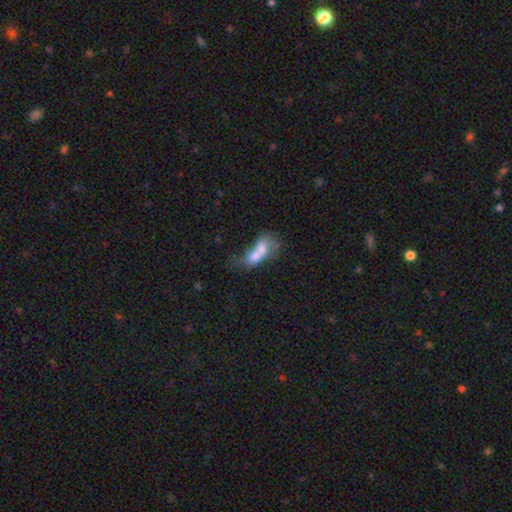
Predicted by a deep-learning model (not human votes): This appears to be a smooth galaxy with no disk features (62%) that is in between round and cigar-shaped (72%). Merging: merger (74%).